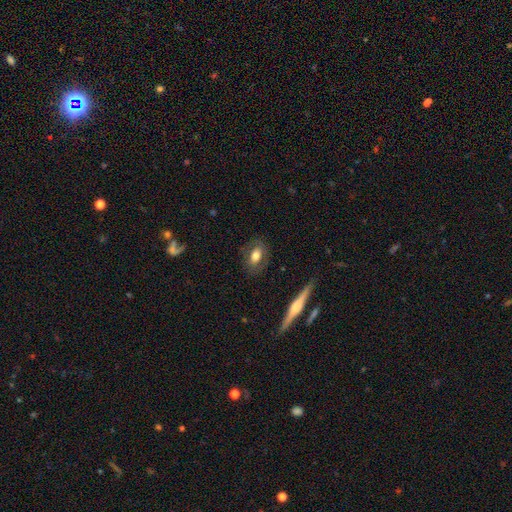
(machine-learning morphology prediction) This appears to be a smooth galaxy with no disk features (64%) that is in between round and cigar-shaped (79%). Merging: none (80%).